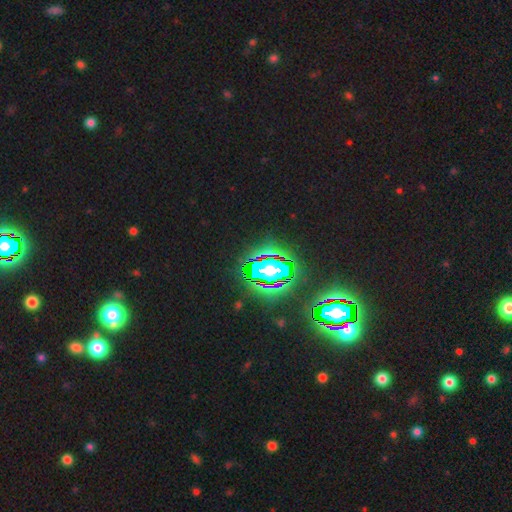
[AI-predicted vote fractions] Smooth or featured? Predicted: star or artifact (p=0.83).